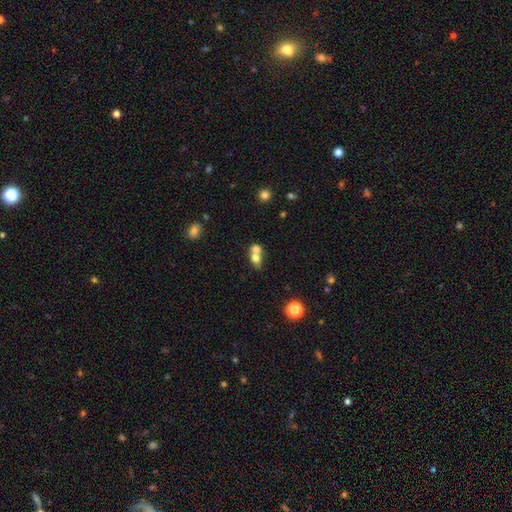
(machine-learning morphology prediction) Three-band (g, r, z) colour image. It shows a smooth galaxy with no disk features (70%) that is round (57%). Merging: merger (67%).